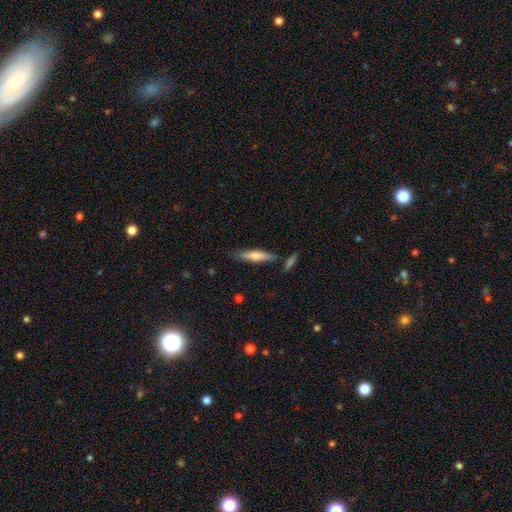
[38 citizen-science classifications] A smooth galaxy with no disk features (55%) that is cigar-shaped (86%).

Vote fractions:
- Smooth or featured? smooth: 55% / featured or disk: 34% / star or artifact: 11%
- How rounded? cigar-shaped: 86% / in between: 14% / round: 0%
- Merging? none: 53% / minor disturbance: 24% / merger: 21% / major disturbance: 3%